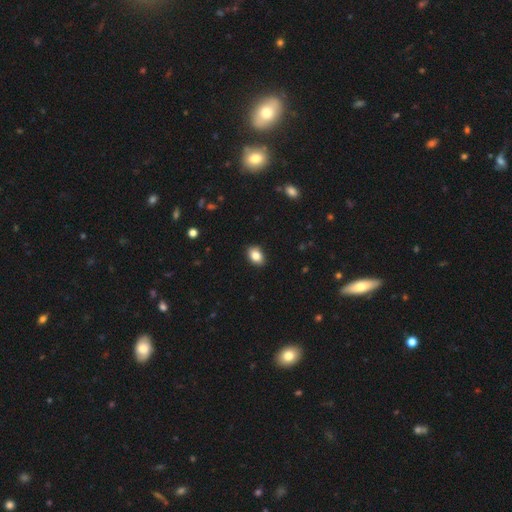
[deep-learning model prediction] Smooth or featured: smooth — 84% (star or artifact — 9%)
How rounded: in between — 80% (round — 19%)
Merging: none — 88% (minor disturbance — 9%)